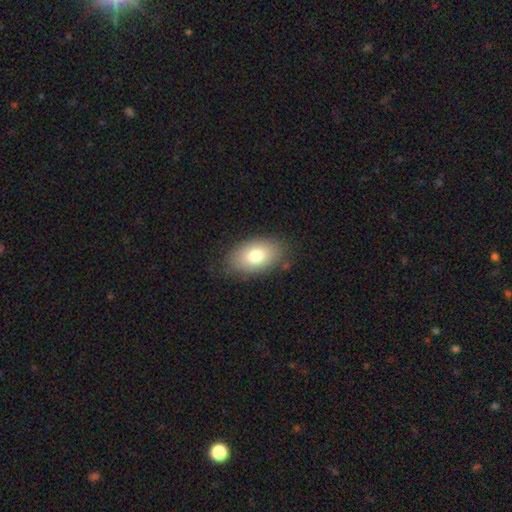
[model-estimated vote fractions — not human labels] This is likely a smooth galaxy (78%). How rounded: clearly in between (91%). Merging: clearly none (81%).